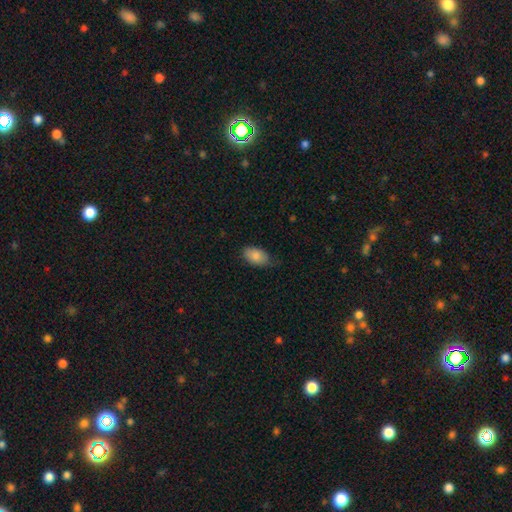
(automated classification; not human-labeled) This appears to be a smooth galaxy with no disk features (84%) that is in between round and cigar-shaped (93%). Merging: none (67%).